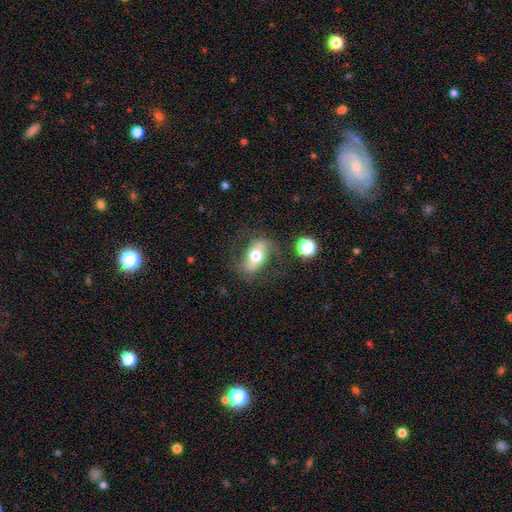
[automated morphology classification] Q: Smooth or featured?
A: featured or disk (50%); runner-up: smooth (42%)
Q: Edge-on disk?
A: no (83%); runner-up: yes (17%)
Q: Merging?
A: none (69%); runner-up: minor disturbance (18%)